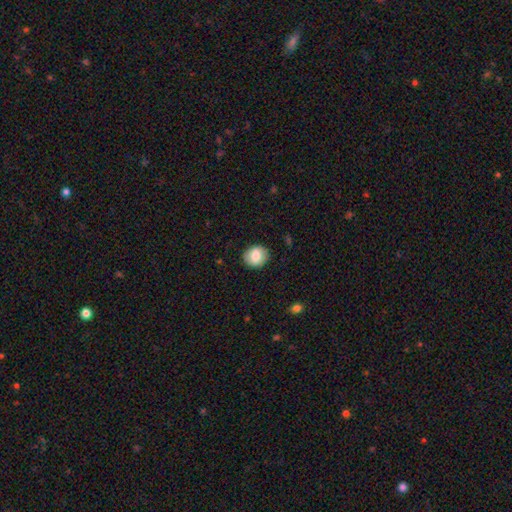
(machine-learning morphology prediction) type=smooth (82%); roundness=round (67%); merging=none (87%).